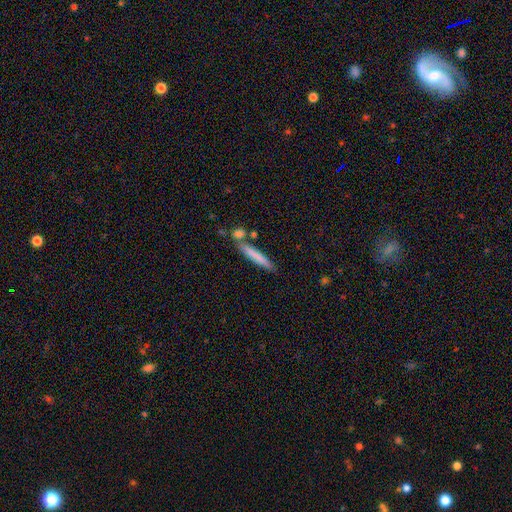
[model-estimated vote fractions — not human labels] Smooth or featured: smooth — 73% (featured or disk — 21%)
How rounded: cigar-shaped — 94% (in between — 5%)
Merging: none — 74% (merger — 12%)